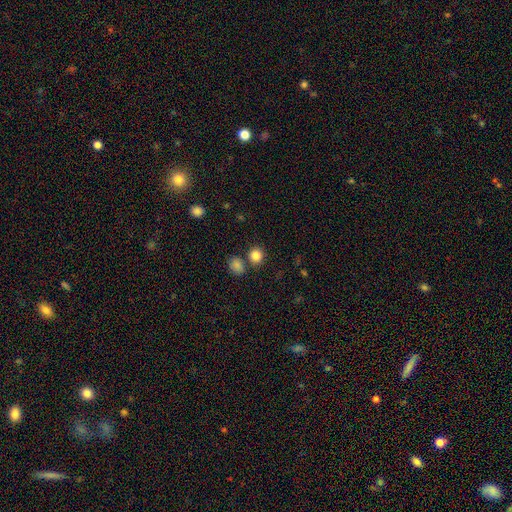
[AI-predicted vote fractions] Overall: smooth (84%). How rounded: round (85%). Merging: none (76%).